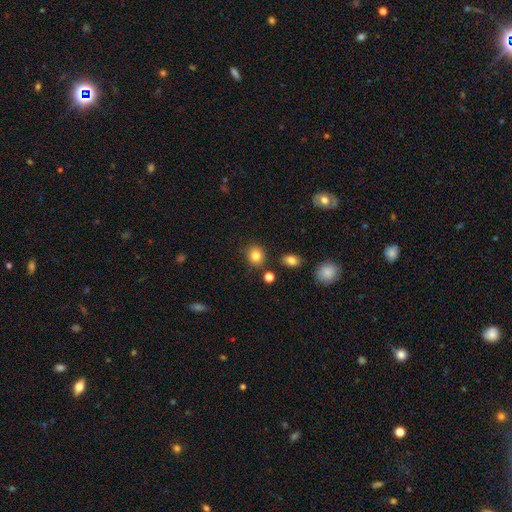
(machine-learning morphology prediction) smooth-or-featured: smooth: 83% | star or artifact: 11% | featured or disk: 6%
  how-rounded: round: 79% | in between: 20% | cigar-shaped: 1%
  merging: none: 84% | minor disturbance: 9% | merger: 4% | major disturbance: 3%